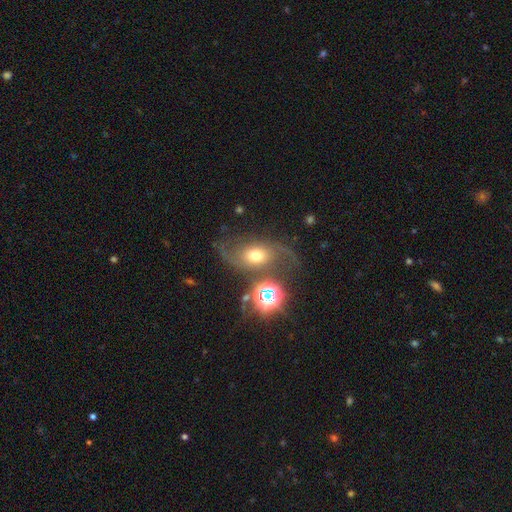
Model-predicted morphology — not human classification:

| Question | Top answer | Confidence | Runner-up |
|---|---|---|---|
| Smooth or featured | featured or disk | 60% | smooth (24%) |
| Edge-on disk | no | 95% | yes (5%) |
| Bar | no | 69% | weak (23%) |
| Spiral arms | yes | 87% | no (13%) |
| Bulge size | moderate | 54% | large (21%) |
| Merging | none | 55% | major disturbance (19%) |